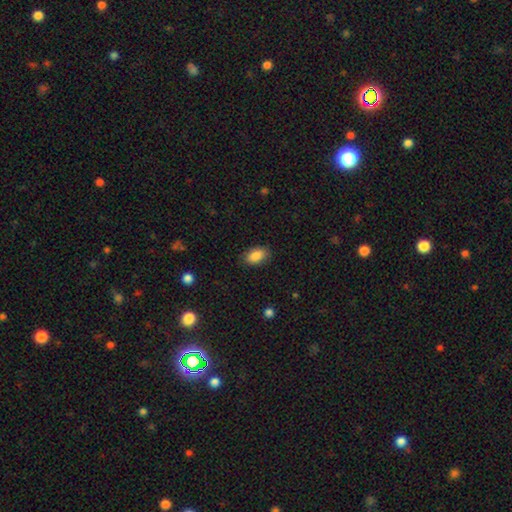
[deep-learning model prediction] Morphology: type=smooth (87%); roundness=in between (91%); merging=none (85%).